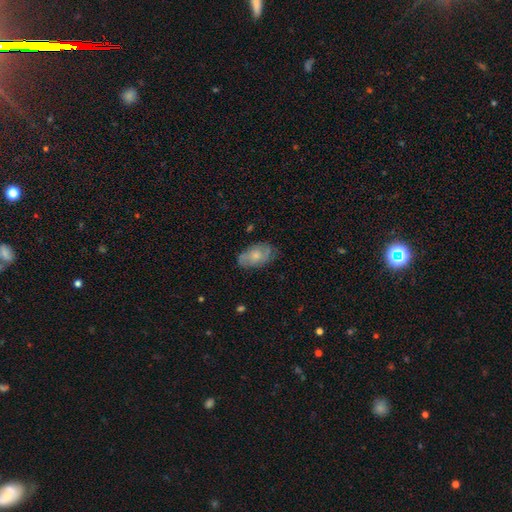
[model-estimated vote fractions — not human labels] smooth-or-featured: smooth: 56% | featured or disk: 37% | star or artifact: 7%
  how-rounded: in between: 91% | round: 6% | cigar-shaped: 2%
  merging: none: 70% | minor disturbance: 22% | major disturbance: 6% | merger: 1%